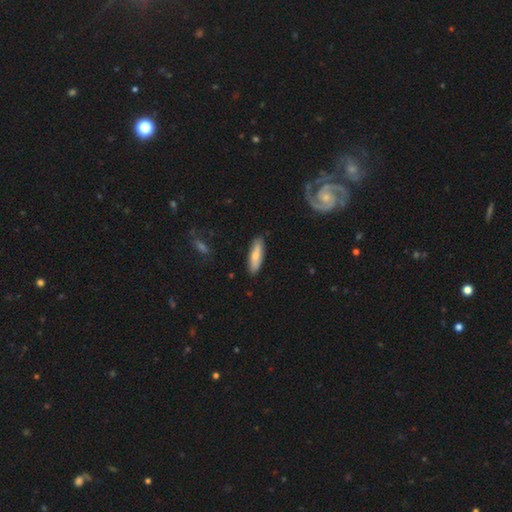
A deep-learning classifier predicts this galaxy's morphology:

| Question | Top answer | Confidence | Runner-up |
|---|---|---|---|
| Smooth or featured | smooth | 70% | featured or disk (24%) |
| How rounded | cigar-shaped | 57% | in between (41%) |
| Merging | none | 85% | minor disturbance (11%) |